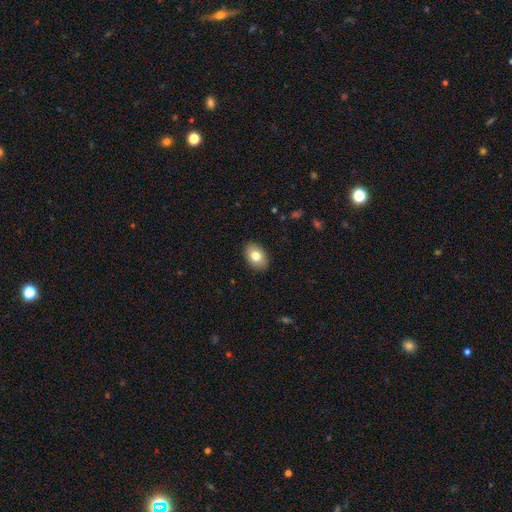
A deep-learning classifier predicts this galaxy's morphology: This appears to be a smooth galaxy with no disk features (80%) that is in between round and cigar-shaped (84%). Merging: none (89%).